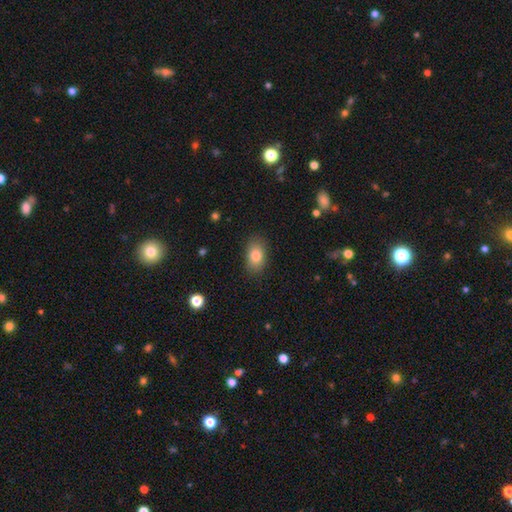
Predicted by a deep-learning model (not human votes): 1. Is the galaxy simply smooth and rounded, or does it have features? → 83% smooth, 9% featured or disk, 8% star or artifact.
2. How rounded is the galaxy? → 88% in between, 10% round, 2% cigar-shaped.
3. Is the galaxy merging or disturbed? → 85% none, 11% minor disturbance, 3% major disturbance, 1% merger.